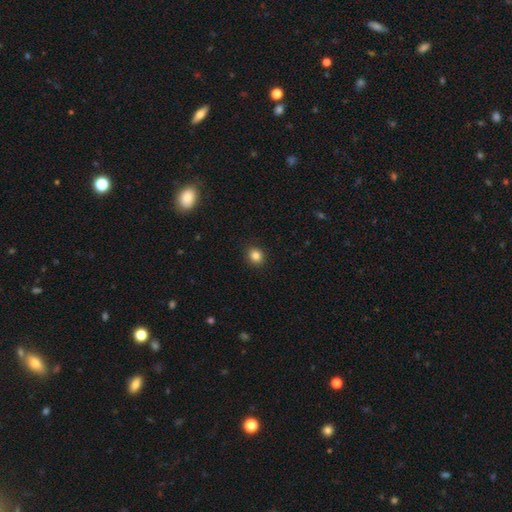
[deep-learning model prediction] smooth-or-featured: smooth: 85% | star or artifact: 11% | featured or disk: 5%
  how-rounded: round: 79% | in between: 20% | cigar-shaped: 1%
  merging: none: 91% | minor disturbance: 6% | major disturbance: 2% | merger: 1%